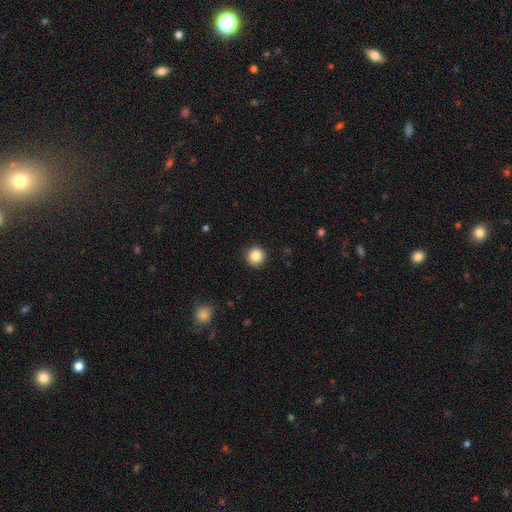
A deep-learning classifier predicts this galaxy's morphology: This appears to be a smooth galaxy with no disk features (86%) that is round (95%). Merging: none (92%).